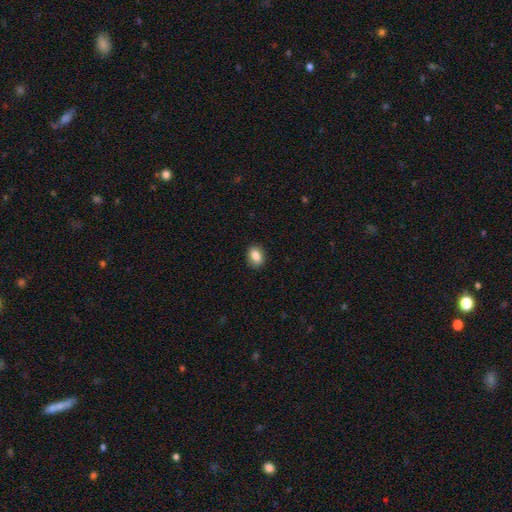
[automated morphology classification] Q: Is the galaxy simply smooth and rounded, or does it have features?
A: smooth — 85%.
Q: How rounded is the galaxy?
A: in between — 70%.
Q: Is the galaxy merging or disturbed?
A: none — 88%.